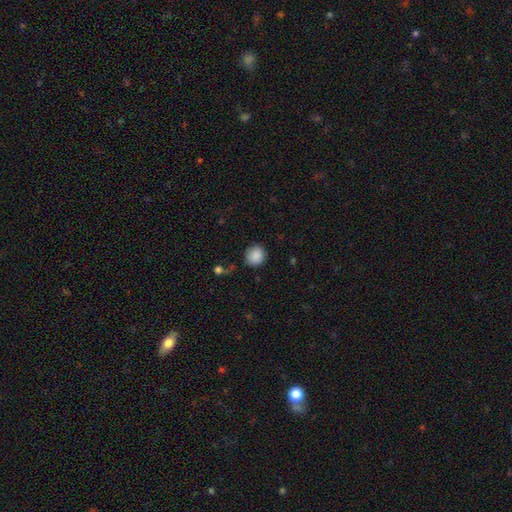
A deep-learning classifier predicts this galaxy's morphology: A smooth galaxy with no disk features (88%) that is round (82%).

Vote fractions:
- Smooth or featured? smooth: 88% / star or artifact: 8% / featured or disk: 3%
- How rounded? round: 82% / in between: 17% / cigar-shaped: 1%
- Merging? none: 82% / minor disturbance: 12% / major disturbance: 4% / merger: 2%